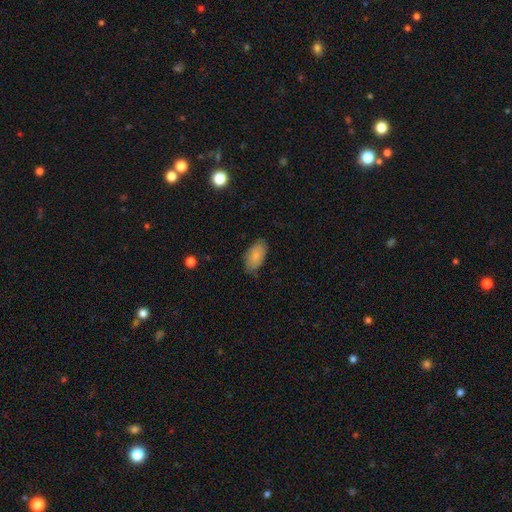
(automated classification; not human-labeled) smooth-or-featured: smooth: 84% | featured or disk: 10% | star or artifact: 6%
  how-rounded: in between: 94% | cigar-shaped: 3% | round: 3%
  merging: none: 80% | minor disturbance: 15% | major disturbance: 3% | merger: 1%